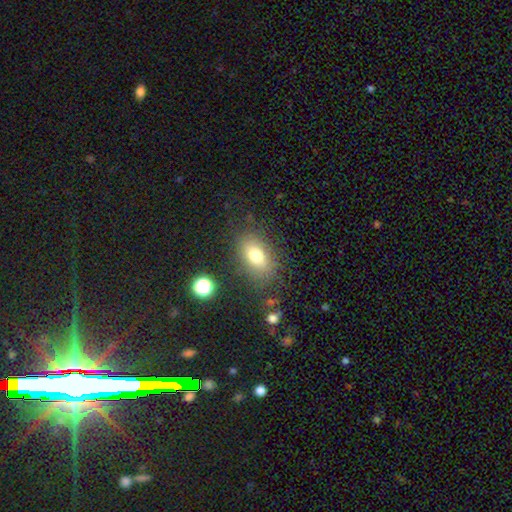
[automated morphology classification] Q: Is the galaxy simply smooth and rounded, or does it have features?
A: smooth — 75%.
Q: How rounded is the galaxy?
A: in between — 82%.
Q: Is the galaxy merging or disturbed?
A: none — 78%.